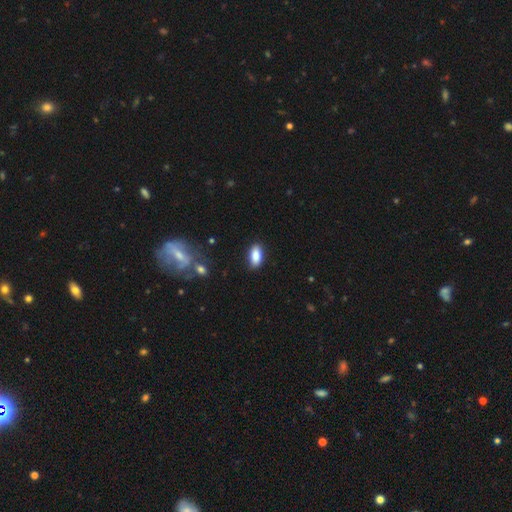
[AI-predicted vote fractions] Smooth or featured: smooth — 87% (star or artifact — 7%)
How rounded: in between — 90% (cigar-shaped — 7%)
Merging: none — 86% (minor disturbance — 11%)